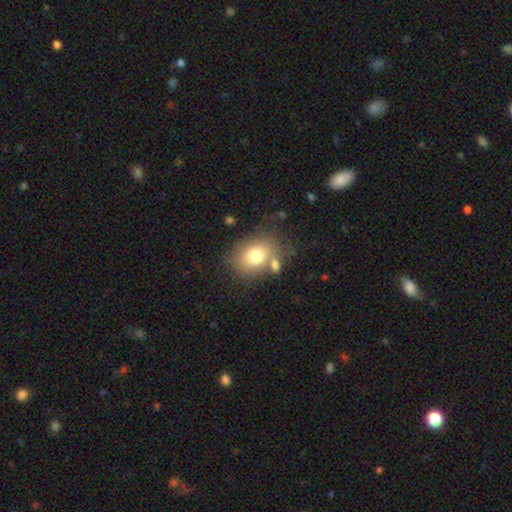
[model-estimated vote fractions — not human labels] Q: Smooth or featured?
A: smooth (76%); runner-up: featured or disk (14%)
Q: How rounded?
A: in between (67%); runner-up: round (31%)
Q: Merging?
A: none (64%); runner-up: merger (15%)